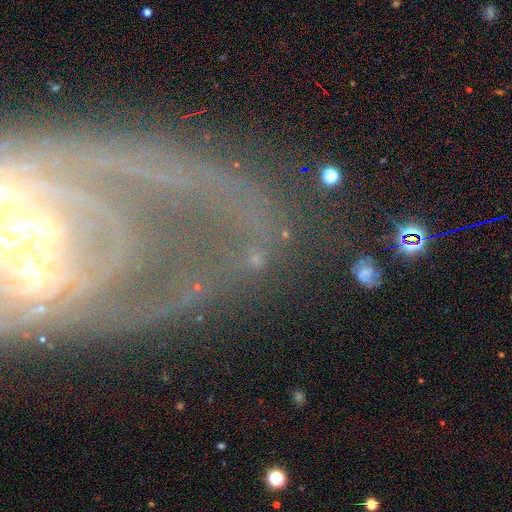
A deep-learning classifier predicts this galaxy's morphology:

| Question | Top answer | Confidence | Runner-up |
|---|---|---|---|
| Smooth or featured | star or artifact | 48% | featured or disk (29%) |